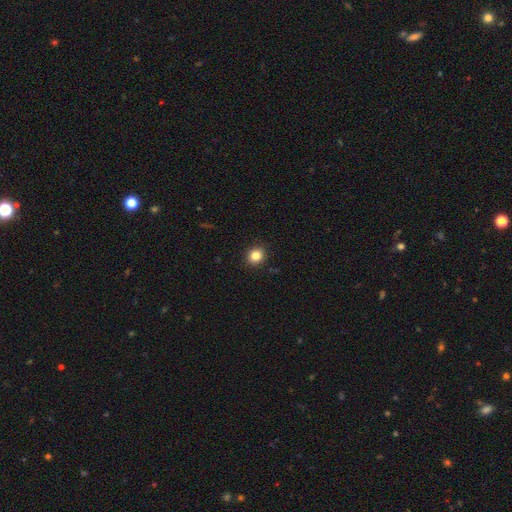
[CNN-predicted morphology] A smooth galaxy with no disk features (83%) that is round (85%). Merging: none (92%).